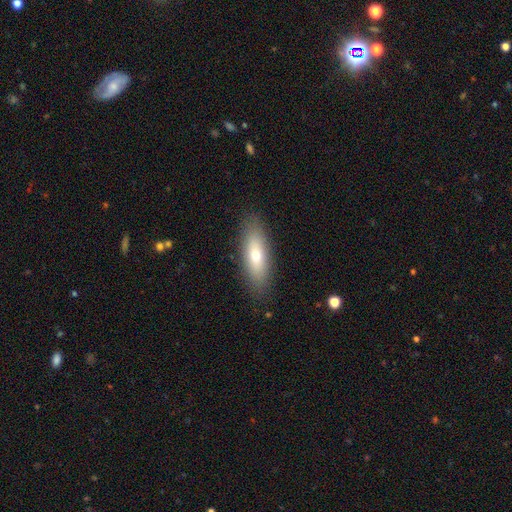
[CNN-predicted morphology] Smooth or featured: smooth — 64% (featured or disk — 28%)
How rounded: in between — 57% (cigar-shaped — 40%)
Merging: none — 88% (minor disturbance — 9%)